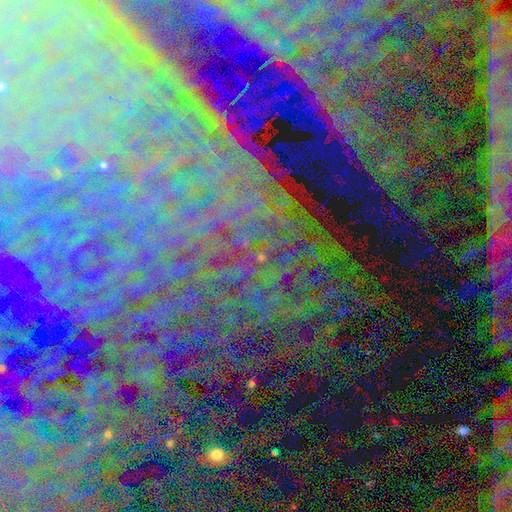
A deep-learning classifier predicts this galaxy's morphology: smooth-or-featured: star or artifact: 81% | featured or disk: 11% | smooth: 8%